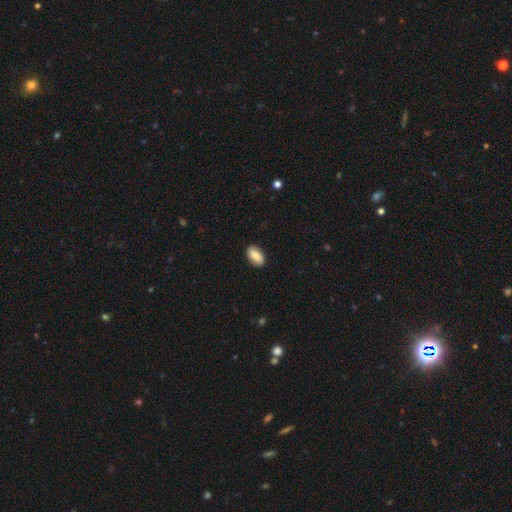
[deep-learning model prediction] smooth-or-featured: smooth: 75% | featured or disk: 18% | star or artifact: 7%
  how-rounded: in between: 92% | round: 5% | cigar-shaped: 3%
  merging: none: 87% | minor disturbance: 10% | major disturbance: 2% | merger: 1%